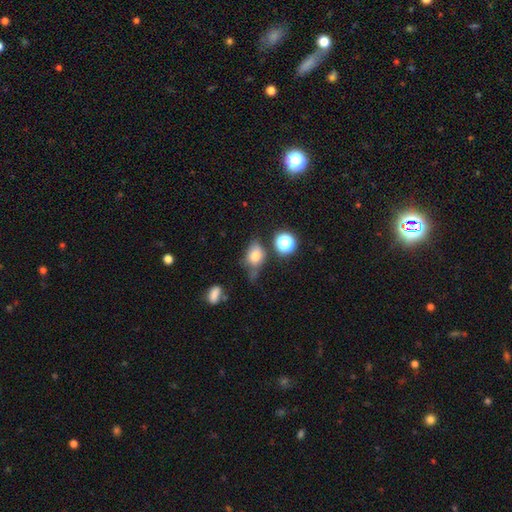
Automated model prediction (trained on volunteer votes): smooth 70%, featured or disk 17%, star or artifact 13%. Down the decision tree: how rounded — in between (67%); merging — none (48%).